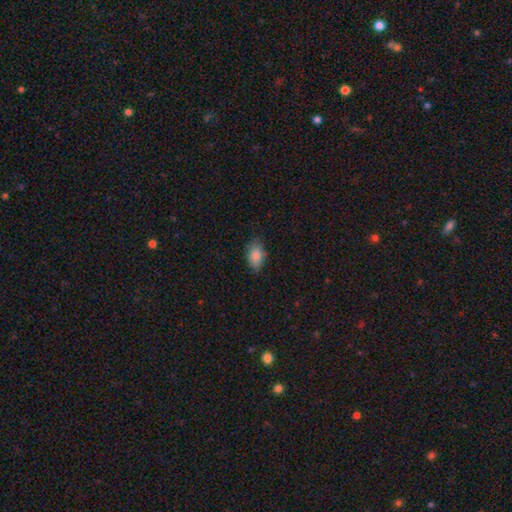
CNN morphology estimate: smooth-or-featured: smooth: 86% | star or artifact: 7% | featured or disk: 6%
  how-rounded: in between: 91% | round: 6% | cigar-shaped: 3%
  merging: none: 76% | minor disturbance: 19% | major disturbance: 4% | merger: 1%